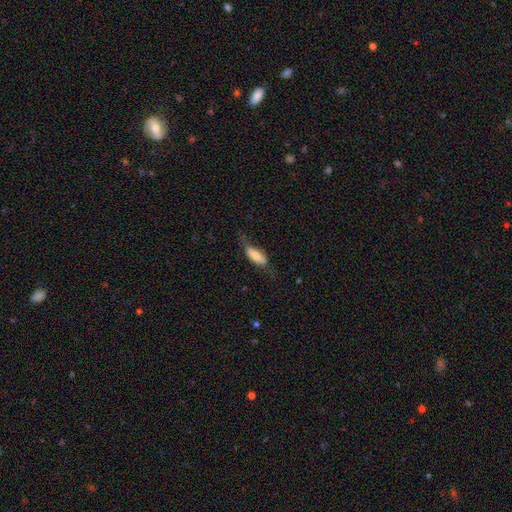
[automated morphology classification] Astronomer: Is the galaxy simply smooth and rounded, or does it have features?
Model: smooth — 62%.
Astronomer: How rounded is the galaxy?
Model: in between — 73%.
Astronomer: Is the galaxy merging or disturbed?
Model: none — 48% (runner-up: minor disturbance, 30%).